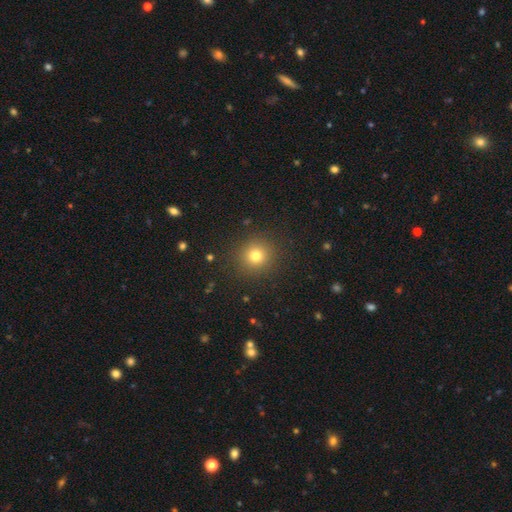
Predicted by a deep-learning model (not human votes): Smooth or featured? smooth (77%)
How rounded? round (92%)
Merging? none (90%)